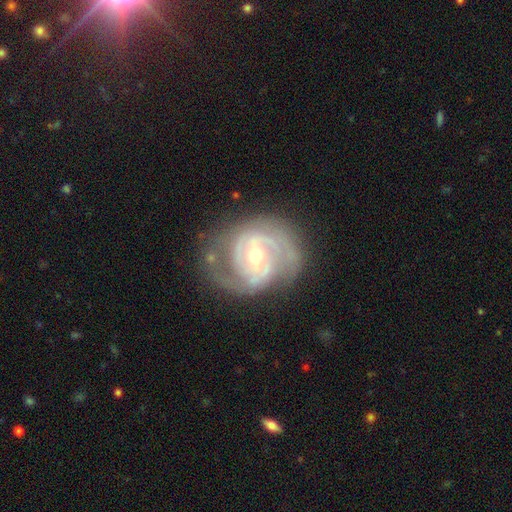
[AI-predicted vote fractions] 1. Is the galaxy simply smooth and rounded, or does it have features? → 88% featured or disk, 6% smooth, 6% star or artifact.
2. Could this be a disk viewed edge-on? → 98% no, 2% yes.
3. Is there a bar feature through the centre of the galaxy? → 44% weak, 35% no, 21% strong.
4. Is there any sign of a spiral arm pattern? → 96% yes, 4% no.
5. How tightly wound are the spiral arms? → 55% tight, 36% medium, 8% loose.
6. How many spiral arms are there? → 60% 2, 15% 3, 14% can't tell, 4% 1, 3% 4, 3% more than 4.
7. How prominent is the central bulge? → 58% moderate, 37% small, 3% large, 1% none, 1% dominant.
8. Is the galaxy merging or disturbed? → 69% none, 19% minor disturbance, 10% major disturbance, 2% merger.